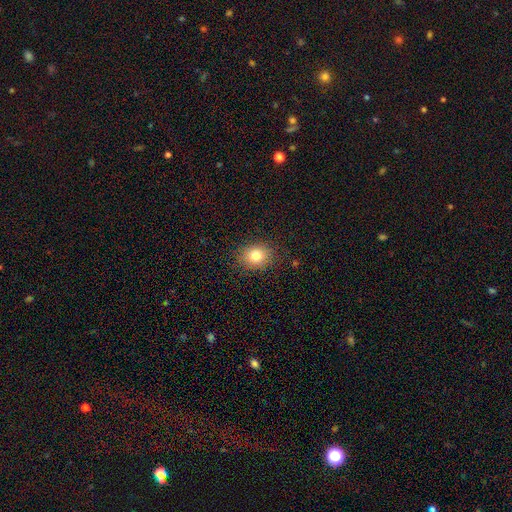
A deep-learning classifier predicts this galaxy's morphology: smooth_or_featured: smooth (p=0.80) [alt: star or artifact p=0.11]
how_rounded: round (p=0.62) [alt: in between p=0.37]
merging: none (p=0.86) [alt: minor disturbance p=0.10]